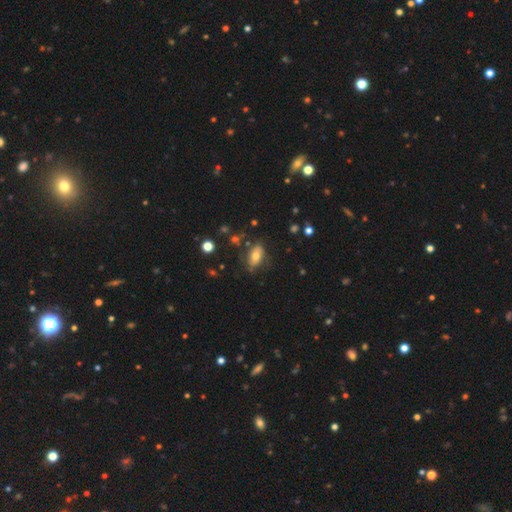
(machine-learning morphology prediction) This appears to be a smooth galaxy with no disk features (63%) that is in between round and cigar-shaped (87%). Merging: none (68%).